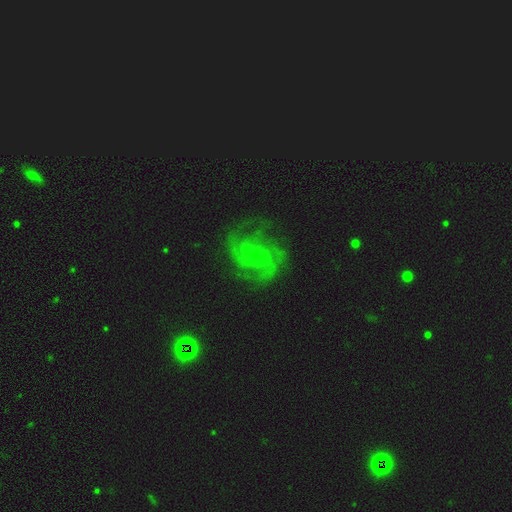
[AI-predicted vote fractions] Morphology: type=featured or disk (78%); edge-on=no (97%); bar=no (53%); spiral arms=yes (92%); winding=medium (47%); arm count=can't tell (29%); bulge=small (78%); merging=none (69%).